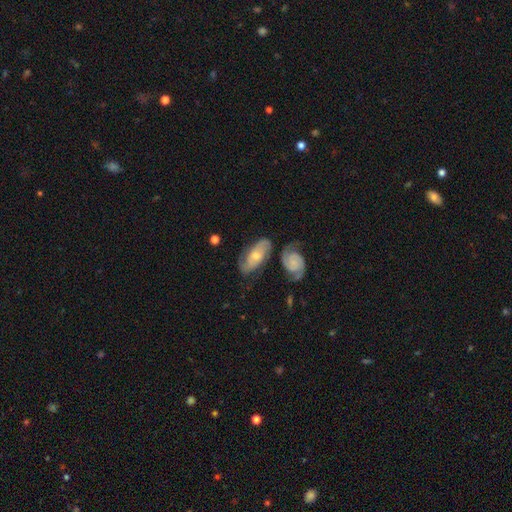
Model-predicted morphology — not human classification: smooth-or-featured: featured or disk: 71% | smooth: 22% | star or artifact: 7%
  disk-edge-on: no: 91% | yes: 9%
    bar: no: 66% | weak: 25% | strong: 9%
    has-spiral-arms: yes: 90% | no: 10%
      spiral-winding: tight: 49% | medium: 37% | loose: 14%
      spiral-arm-count: 2: 74% | can't tell: 15% | 3: 4% | 1: 3% | 4: 1% | more than 4: 1%
    bulge-size: moderate: 49% | small: 45% | large: 3% | none: 2% | dominant: 1%
  merging: none: 61% | minor disturbance: 18% | merger: 13% | major disturbance: 8%